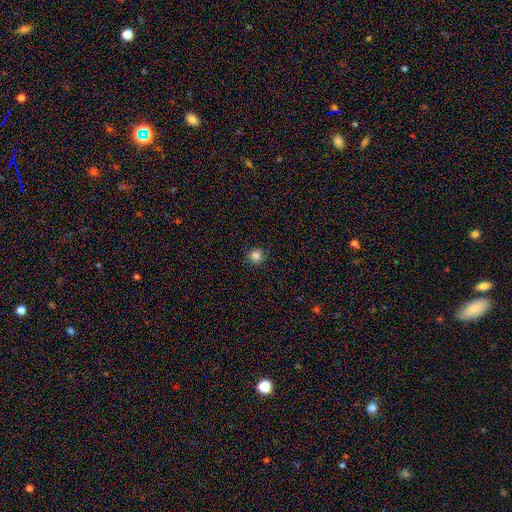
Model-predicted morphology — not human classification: smooth-or-featured: smooth: 84% | star or artifact: 12% | featured or disk: 4%
  how-rounded: round: 94% | in between: 5% | cigar-shaped: 1%
  merging: none: 90% | minor disturbance: 7% | major disturbance: 2% | merger: 1%